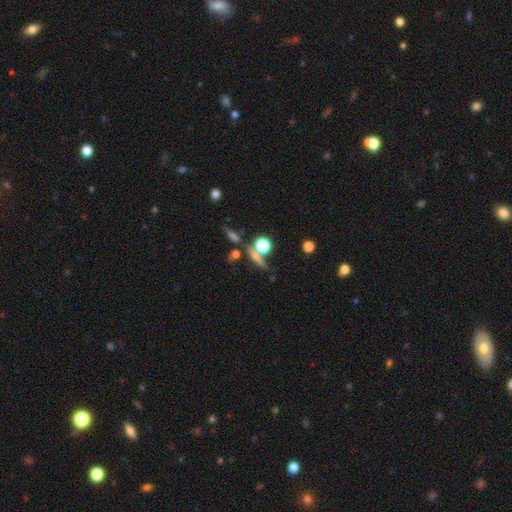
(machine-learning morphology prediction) The model was most divided on "smooth or featured": smooth: 49%, featured or disk: 26%, star or artifact: 24%. More confident: merging — none (59%).